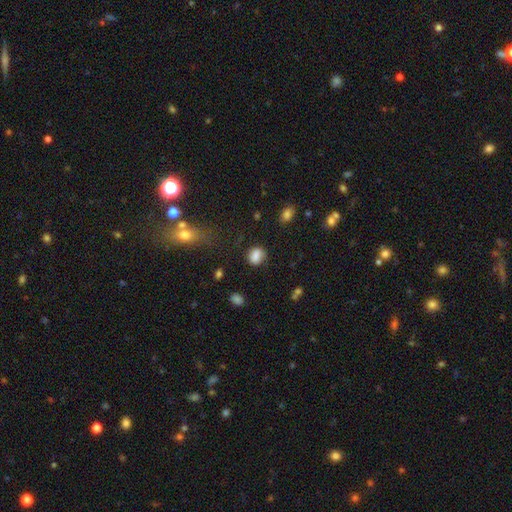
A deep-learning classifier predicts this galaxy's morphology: smooth-or-featured: smooth: 80% | star or artifact: 11% | featured or disk: 9%
  how-rounded: round: 52% | in between: 46% | cigar-shaped: 1%
  merging: none: 64% | minor disturbance: 22% | major disturbance: 9% | merger: 5%